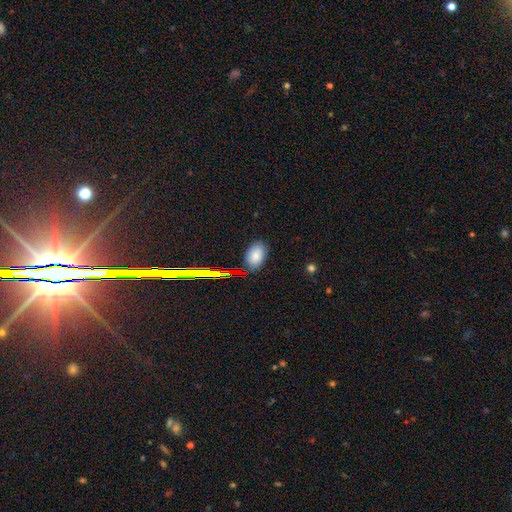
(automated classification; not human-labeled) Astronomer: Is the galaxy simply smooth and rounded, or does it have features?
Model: smooth — 81%.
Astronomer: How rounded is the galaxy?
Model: in between — 87%.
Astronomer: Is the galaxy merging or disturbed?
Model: none — 82%.